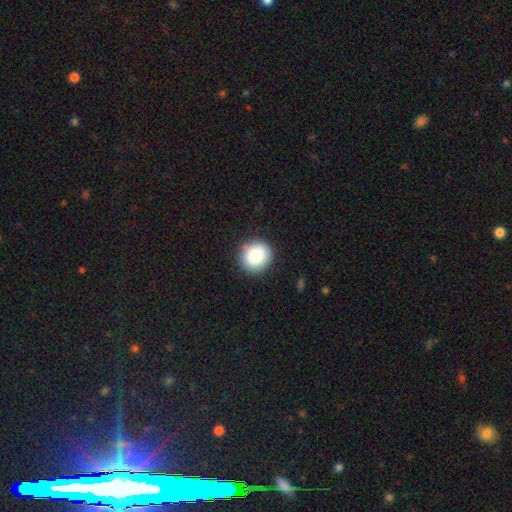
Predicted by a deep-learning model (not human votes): smooth 86%, star or artifact 8%, featured or disk 5%. Down the decision tree: how rounded — round (88%); merging — none (88%).